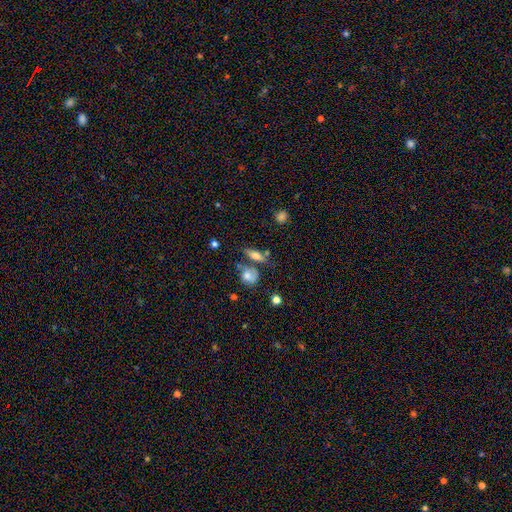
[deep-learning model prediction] Smooth or featured?
  - smooth: 62% *
  - featured or disk: 28%
  - star or artifact: 10%
How rounded?
  - in between: 54% *
  - cigar-shaped: 37%
  - round: 9%
Merging?
  - none: 58% *
  - merger: 20%
  - minor disturbance: 16%
  - major disturbance: 7%